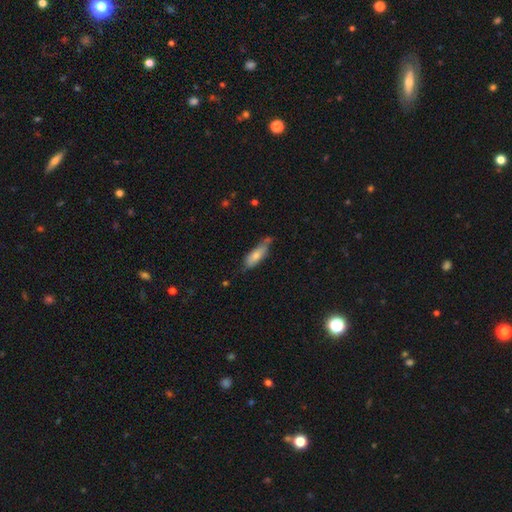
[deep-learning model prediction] A smooth galaxy with no disk features (77%) that is in between round and cigar-shaped (60%). Merging: none (49%).